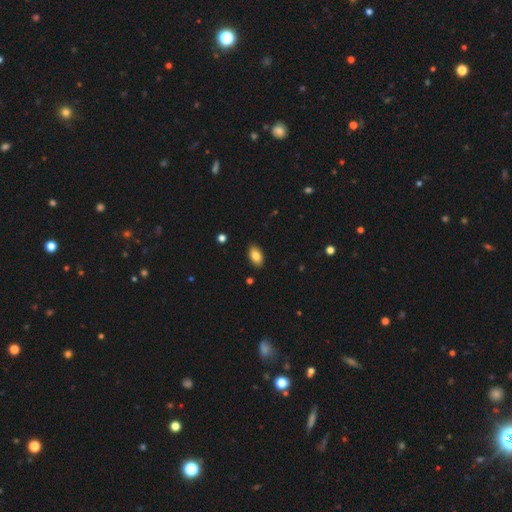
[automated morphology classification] Q: Smooth or featured?
A: smooth (84%); runner-up: featured or disk (8%)
Q: How rounded?
A: in between (93%); runner-up: round (5%)
Q: Merging?
A: none (89%); runner-up: minor disturbance (8%)